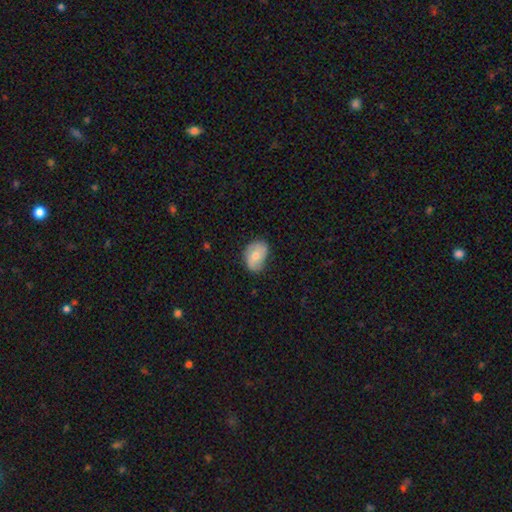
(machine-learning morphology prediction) Smooth or featured?
  - smooth: 69% *
  - featured or disk: 24%
  - star or artifact: 7%
How rounded?
  - in between: 77% *
  - round: 22%
  - cigar-shaped: 1%
Merging?
  - none: 62% *
  - minor disturbance: 30%
  - major disturbance: 6%
  - merger: 1%